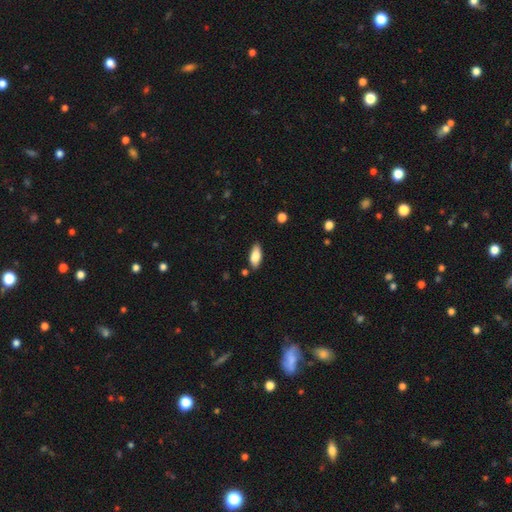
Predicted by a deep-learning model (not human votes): Q: Smooth or featured?
A: smooth (84%); runner-up: featured or disk (9%)
Q: How rounded?
A: in between (84%); runner-up: cigar-shaped (14%)
Q: Merging?
A: none (81%); runner-up: minor disturbance (14%)